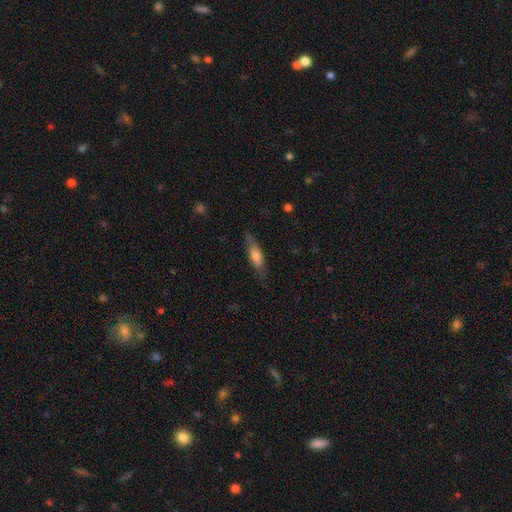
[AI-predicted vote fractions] Smooth or featured? Predicted: smooth (p=0.68). How rounded? Predicted: cigar-shaped (p=0.50). Merging? Predicted: none (p=0.73).